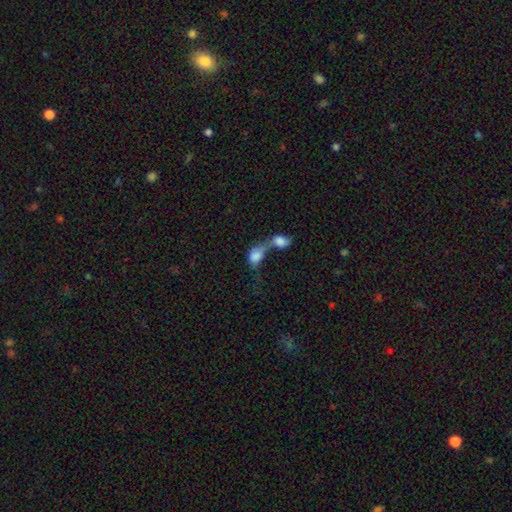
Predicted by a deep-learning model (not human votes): This appears to be a smooth galaxy with no disk features (72%) that is in between round and cigar-shaped (76%). Merging: merger (80%).